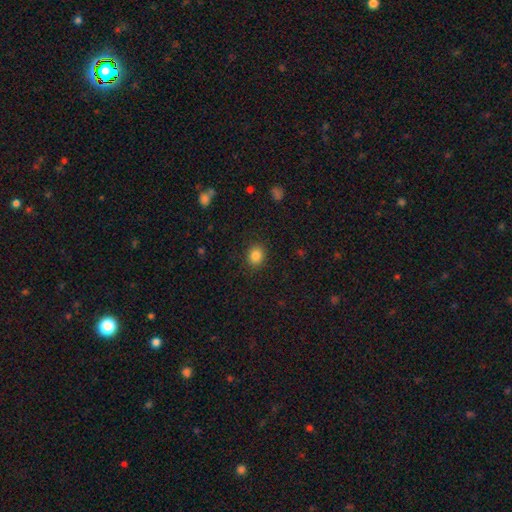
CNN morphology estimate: This appears to be a smooth galaxy with no disk features (85%) that is round (70%). Merging: none (89%).